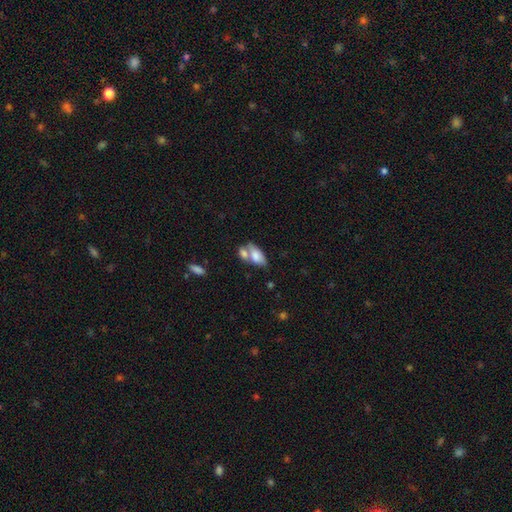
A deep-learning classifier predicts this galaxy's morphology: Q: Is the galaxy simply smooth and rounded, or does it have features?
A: smooth — 74%.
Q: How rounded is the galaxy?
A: in between — 89%.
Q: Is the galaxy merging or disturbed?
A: merger — 52%.